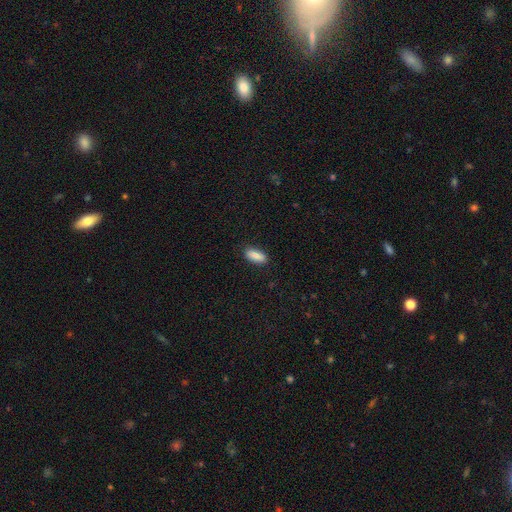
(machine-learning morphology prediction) This appears to be a smooth galaxy with no disk features (89%) that is in between round and cigar-shaped (79%). Merging: none (88%).